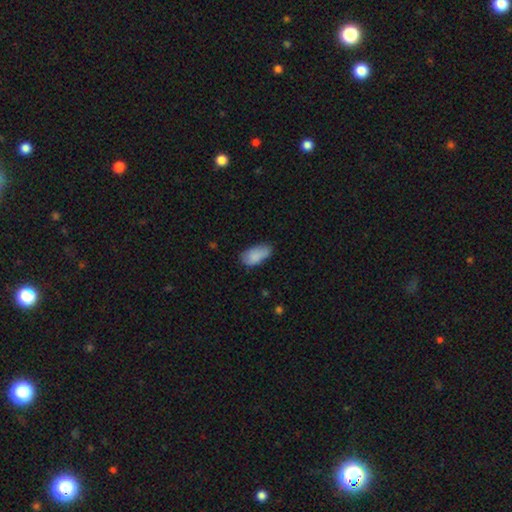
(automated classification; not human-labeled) Smooth or featured? Predicted: smooth (p=0.85). How rounded? Predicted: in between (p=0.93). Merging? Predicted: none (p=0.60).